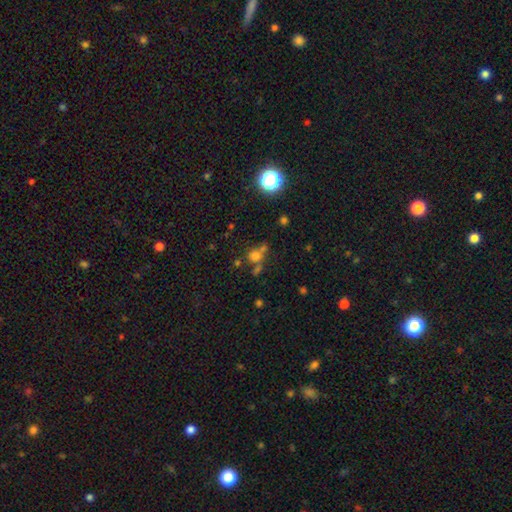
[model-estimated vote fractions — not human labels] smooth_or_featured: smooth (p=0.61) [alt: star or artifact p=0.26]
how_rounded: round (p=0.80) [alt: in between p=0.18]
merging: none (p=0.52) [alt: merger p=0.30]